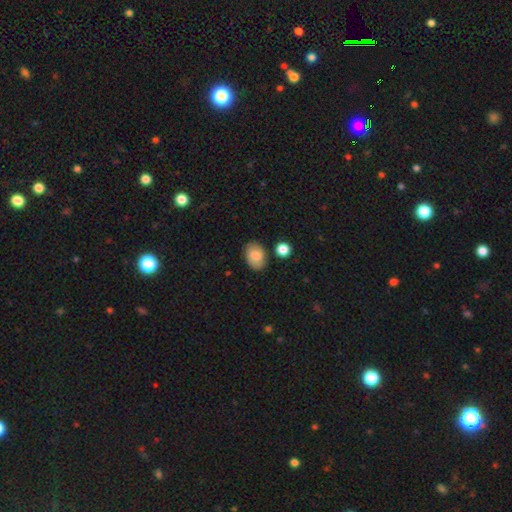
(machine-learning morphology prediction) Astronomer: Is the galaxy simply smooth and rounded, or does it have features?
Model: smooth — 67%.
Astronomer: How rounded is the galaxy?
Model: in between — 78%.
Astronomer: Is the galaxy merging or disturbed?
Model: none — 77%.